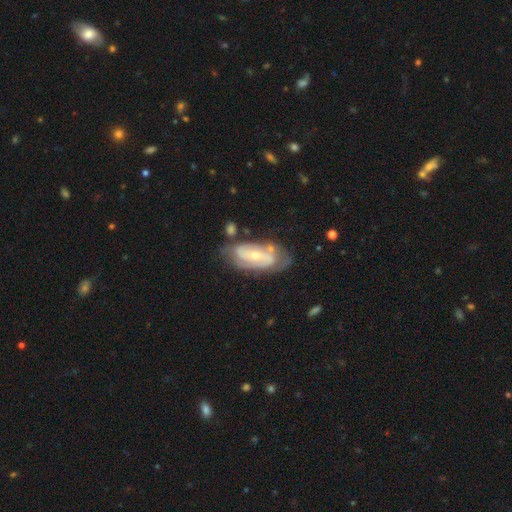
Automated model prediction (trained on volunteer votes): Smooth or featured: featured or disk — 79% (smooth — 16%)
Edge-on disk: no — 94% (yes — 6%)
Bar: no — 47% (weak — 36%)
Spiral arms: yes — 88% (no — 12%)
Spiral winding: tight — 51% (medium — 37%)
Spiral arm count: 2 — 60% (can't tell — 24%)
Bulge size: small — 66% (moderate — 30%)
Merging: none — 59% (minor disturbance — 23%)